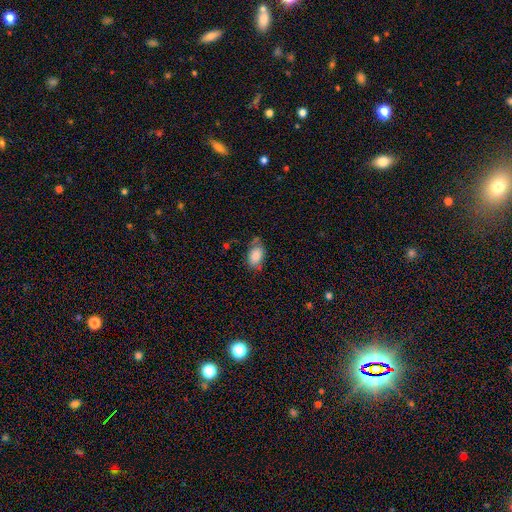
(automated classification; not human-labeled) Overall: smooth (85%). How rounded: in between (91%). Merging: none (61%; minor disturbance 26%).